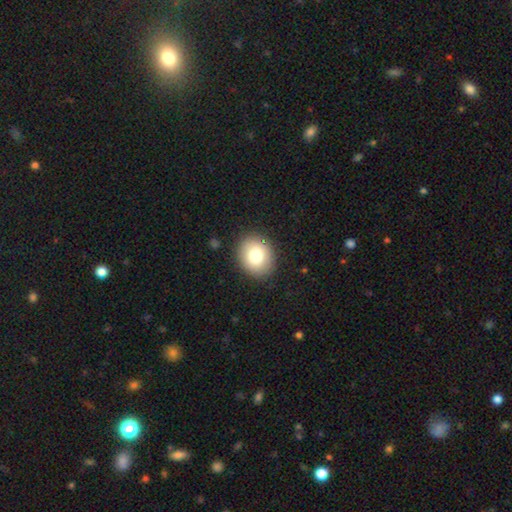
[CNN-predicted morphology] smooth 80%, featured or disk 11%, star or artifact 8%. Down the decision tree: how rounded — round (58%); merging — none (88%).